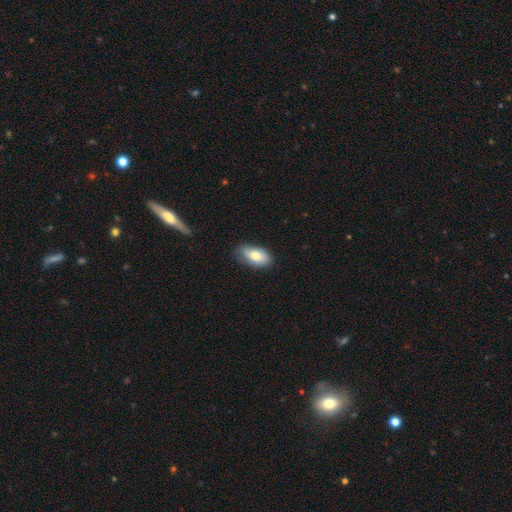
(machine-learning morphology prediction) Smooth or featured: smooth — 77% (featured or disk — 16%)
How rounded: in between — 92% (cigar-shaped — 4%)
Merging: none — 76% (minor disturbance — 20%)